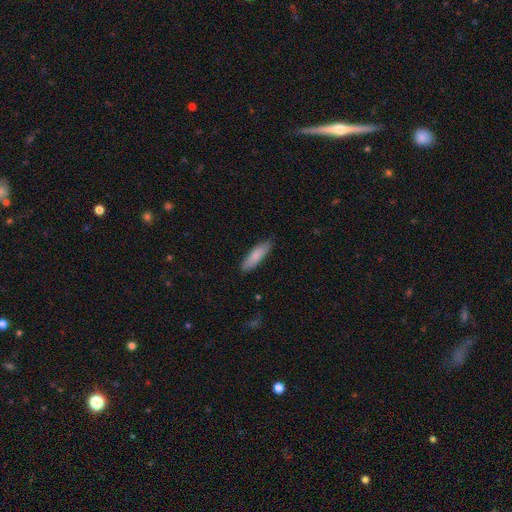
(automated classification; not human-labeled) This appears to be a smooth galaxy with no disk features (84%) that is cigar-shaped (64%). Merging: none (84%).